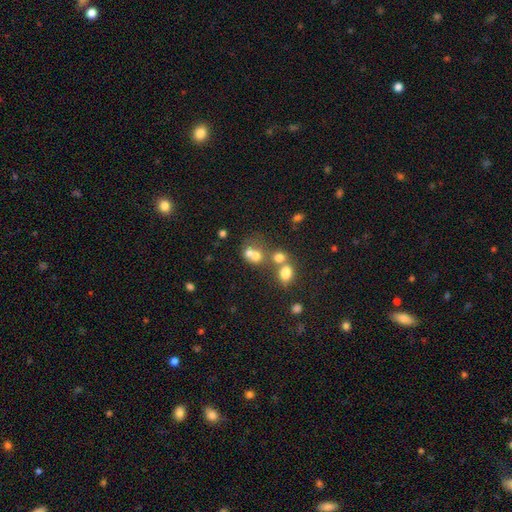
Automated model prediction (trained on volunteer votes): A smooth galaxy with no disk features (66%) that is round (69%). Merging: merger (52%).